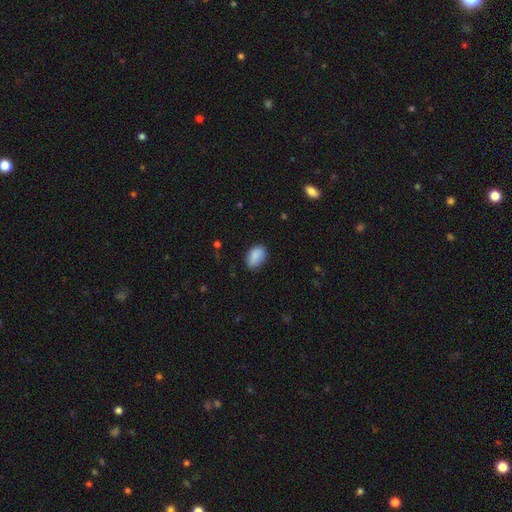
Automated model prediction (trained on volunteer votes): This is clearly a smooth galaxy (88%). How rounded: clearly in between (89%). Merging: likely none (77%).